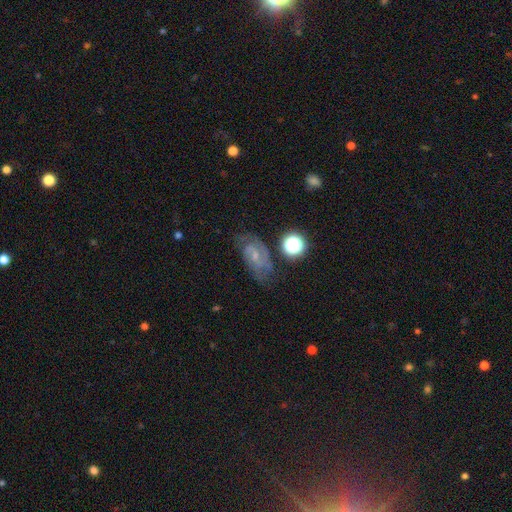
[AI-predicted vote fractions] The model was most divided on "spiral winding": medium: 44%, tight: 43%, loose: 13%. Remaining: edge-on disk — no (96%); spiral arms — yes (91%); smooth or featured — featured or disk (71%); spiral arm count — 2 (65%); bulge size — small (65%); merging — none (65%); bar — no (45%).